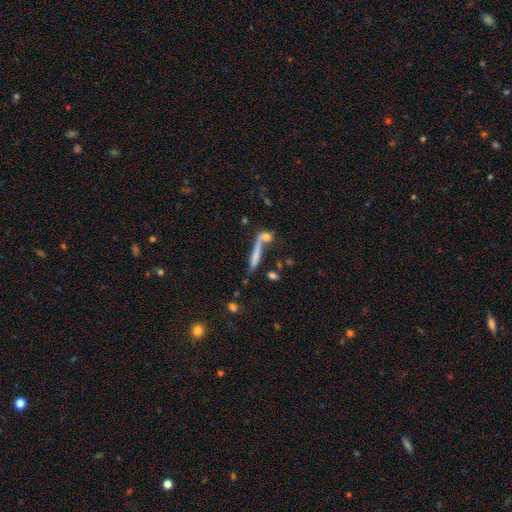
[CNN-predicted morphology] Smooth or featured? Predicted: smooth (p=0.62). How rounded? Predicted: cigar-shaped (p=0.85). Merging? Predicted: none (p=0.50).